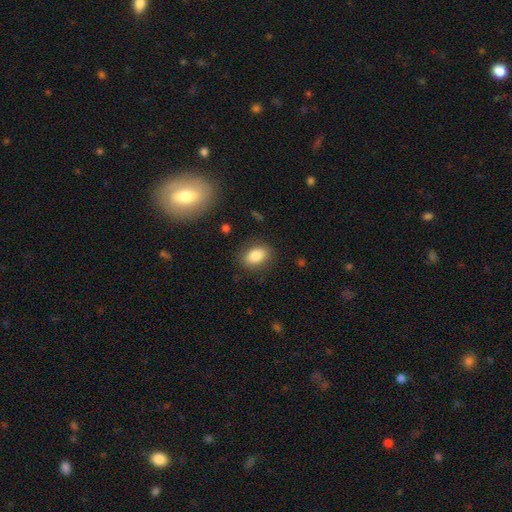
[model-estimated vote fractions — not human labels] This is clearly a smooth galaxy (84%). How rounded: clearly in between (82%). Merging: clearly none (83%).